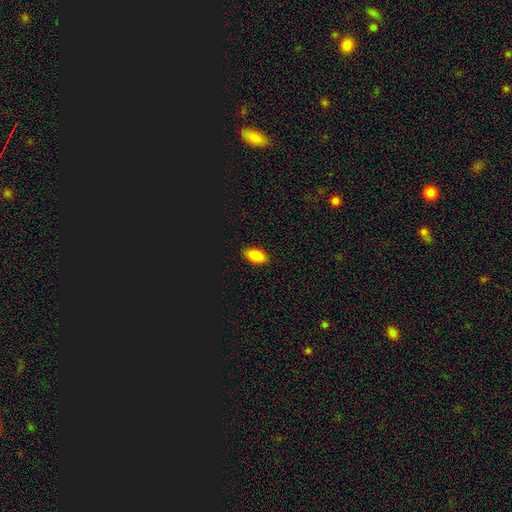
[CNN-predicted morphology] type=smooth (83%); roundness=in between (92%); merging=none (89%).